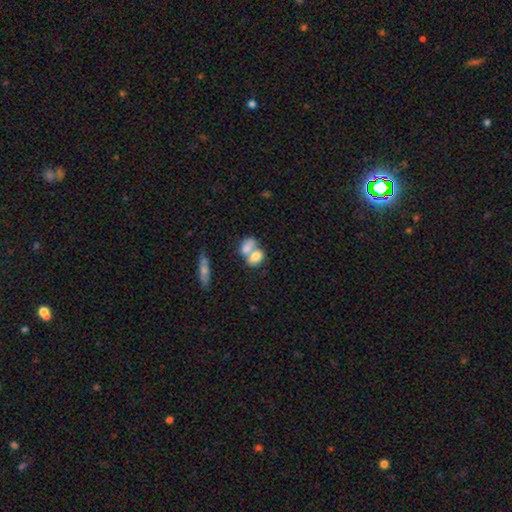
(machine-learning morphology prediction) This is likely a smooth galaxy (74%). How rounded: likely in between (79%). Merging: likely merger (66%).